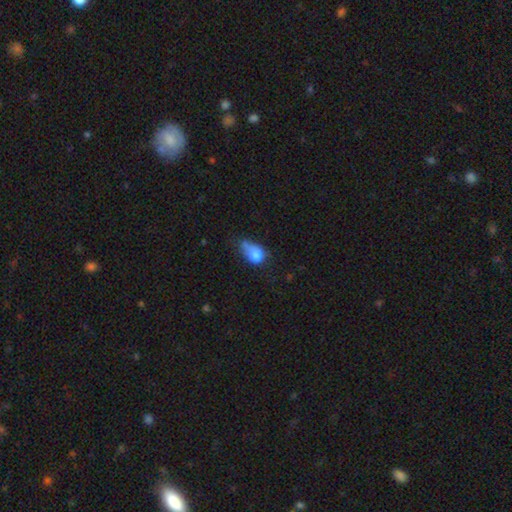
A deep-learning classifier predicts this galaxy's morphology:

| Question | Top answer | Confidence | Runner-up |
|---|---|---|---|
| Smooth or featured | smooth | 75% | featured or disk (15%) |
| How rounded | in between | 64% | round (34%) |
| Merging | minor disturbance | 35% | major disturbance (26%) |